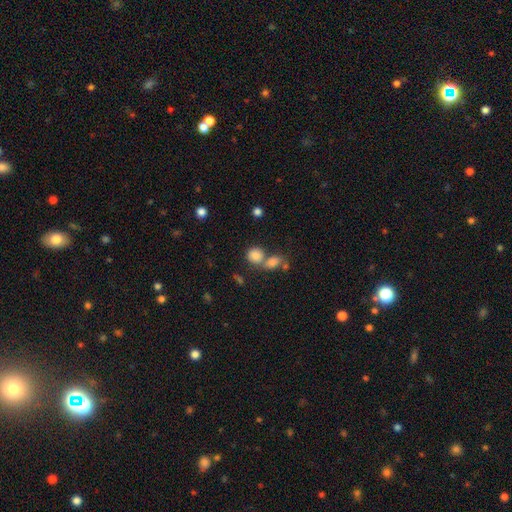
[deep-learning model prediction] This is clearly a smooth galaxy (82%). How rounded: likely round (71%). Merging: marginally none (43%).